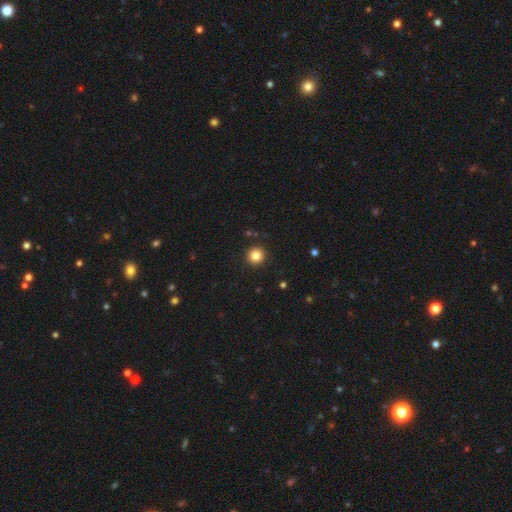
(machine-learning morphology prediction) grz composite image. It shows a smooth galaxy with no disk features (83%) that is round (96%). Merging: none (93%).